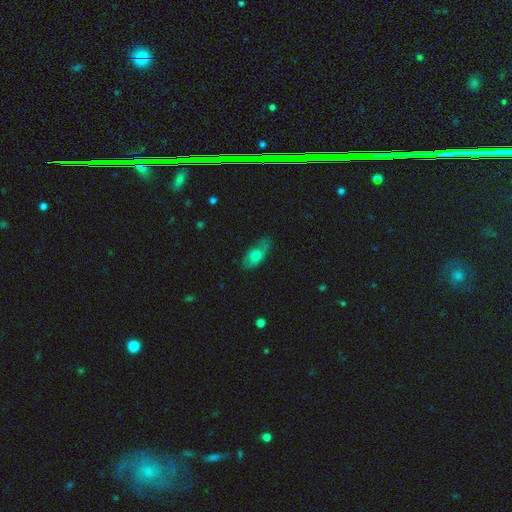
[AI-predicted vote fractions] Smooth or featured? smooth (60%)
How rounded? in between (82%)
Merging? none (52%)